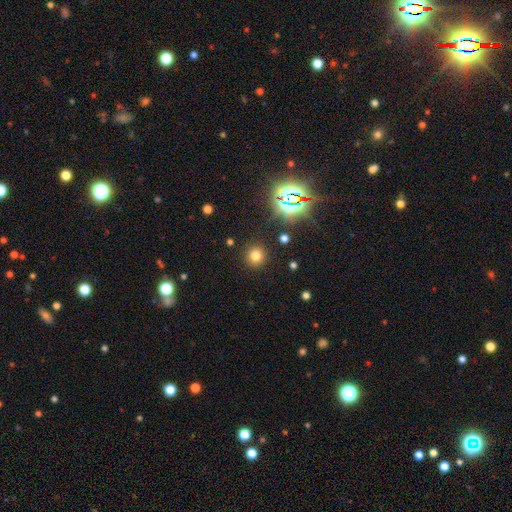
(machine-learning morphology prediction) Overall: smooth (71%). How rounded: round (94%). Merging: none (90%).